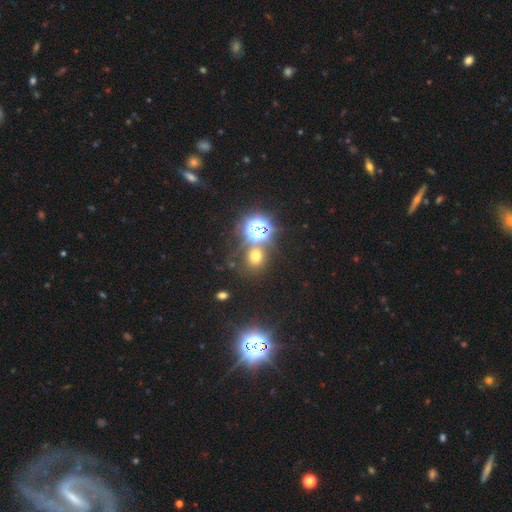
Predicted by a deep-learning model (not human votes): The model was most divided on "smooth or featured": smooth: 54%, star or artifact: 37%, featured or disk: 9%. More confident: how rounded — round (81%); merging — none (70%).